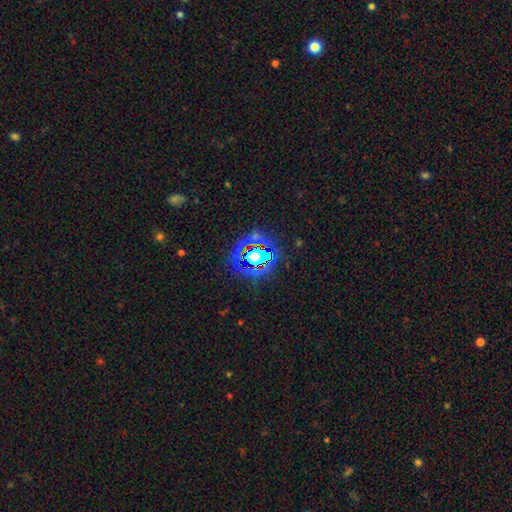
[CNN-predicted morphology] The model was most divided on "smooth or featured": star or artifact: 61%, smooth: 26%, featured or disk: 13%.